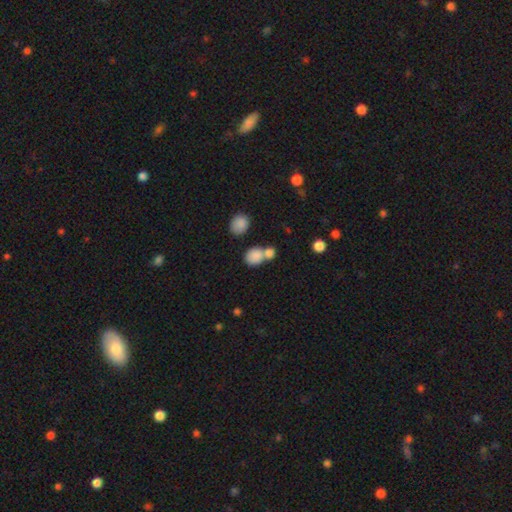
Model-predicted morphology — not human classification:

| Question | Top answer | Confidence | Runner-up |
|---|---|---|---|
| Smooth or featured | smooth | 84% | star or artifact (9%) |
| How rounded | in between | 52% | round (46%) |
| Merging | merger | 52% | none (35%) |